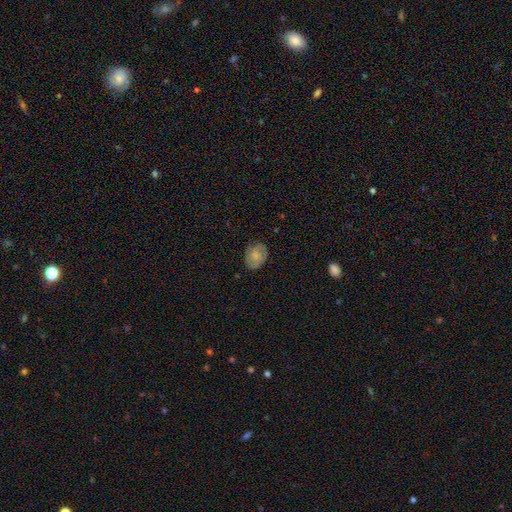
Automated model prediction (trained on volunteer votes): smooth_or_featured: smooth (p=0.61) [alt: featured or disk p=0.30]
how_rounded: in between (p=0.63) [alt: round p=0.36]
merging: none (p=0.77) [alt: minor disturbance p=0.17]